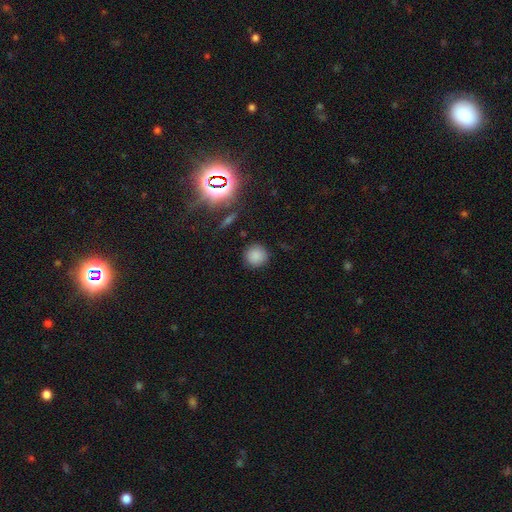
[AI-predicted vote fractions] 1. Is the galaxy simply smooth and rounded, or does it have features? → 82% smooth, 13% star or artifact, 5% featured or disk.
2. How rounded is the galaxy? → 93% round, 5% in between, 1% cigar-shaped.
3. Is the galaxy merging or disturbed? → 88% none, 7% minor disturbance, 3% major disturbance, 2% merger.